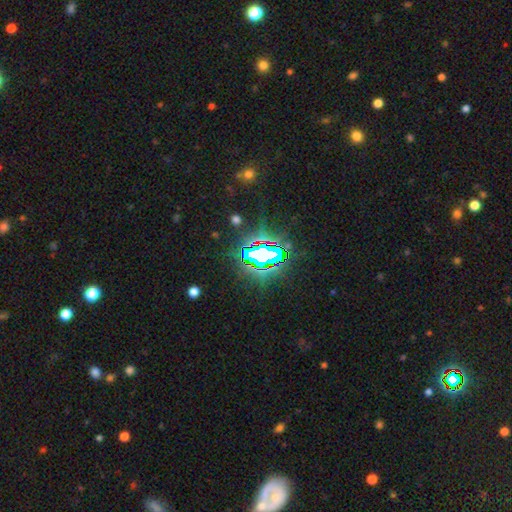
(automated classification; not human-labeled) Smooth or featured: star or artifact — 76% (smooth — 13%)